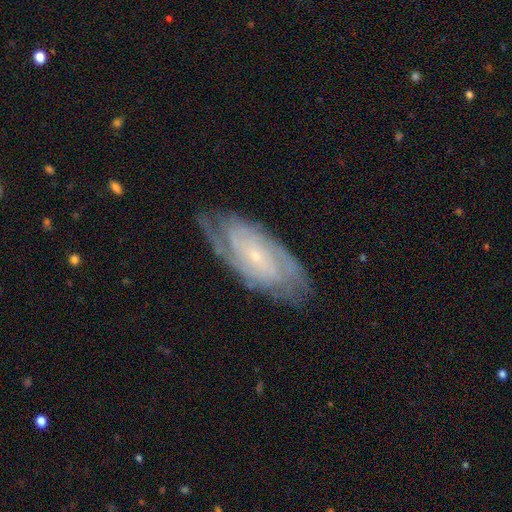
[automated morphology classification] featured or disk 84%, smooth 10%, star or artifact 6%. Down the decision tree: edge-on disk — no (93%); bar — no (65%); spiral arms — yes (94%); spiral arm count — can't tell (37%); spiral winding — tight (67%); bulge size — small (85%); merging — none (75%).